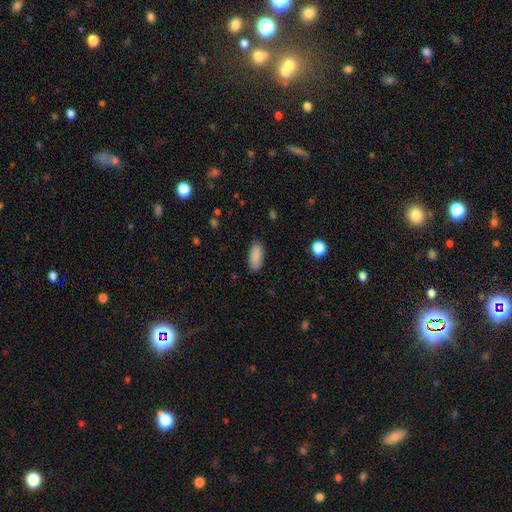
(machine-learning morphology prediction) smooth-or-featured: smooth: 89% | star or artifact: 7% | featured or disk: 4%
  how-rounded: in between: 89% | cigar-shaped: 9% | round: 2%
  merging: none: 86% | minor disturbance: 11% | major disturbance: 2% | merger: 1%